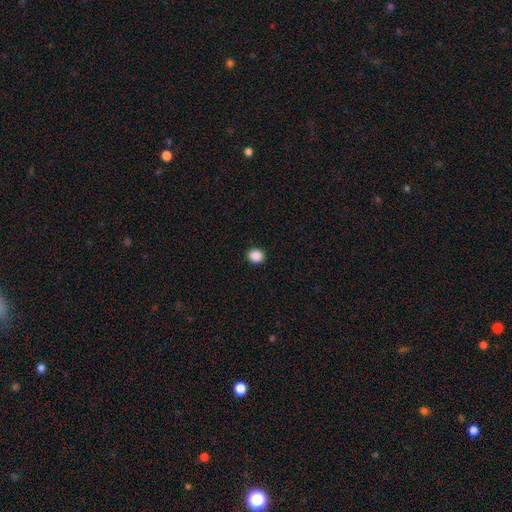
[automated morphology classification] Smooth or featured? smooth (89%)
How rounded? round (75%)
Merging? none (92%)